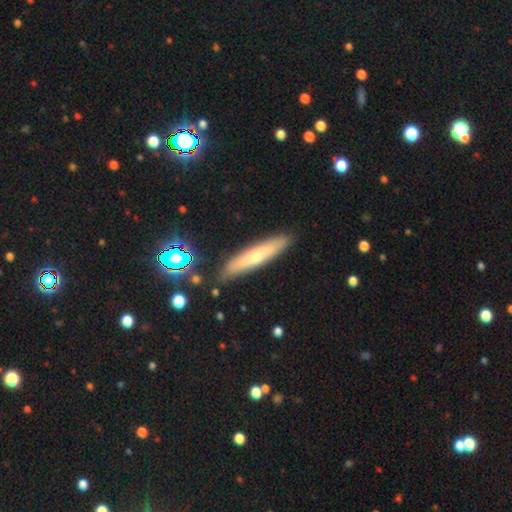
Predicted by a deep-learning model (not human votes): Smooth or featured?
  - smooth: 52% *
  - featured or disk: 41%
  - star or artifact: 8%
How rounded?
  - cigar-shaped: 89% *
  - in between: 10%
  - round: 2%
Merging?
  - none: 87% *
  - minor disturbance: 9%
  - merger: 2%
  - major disturbance: 2%